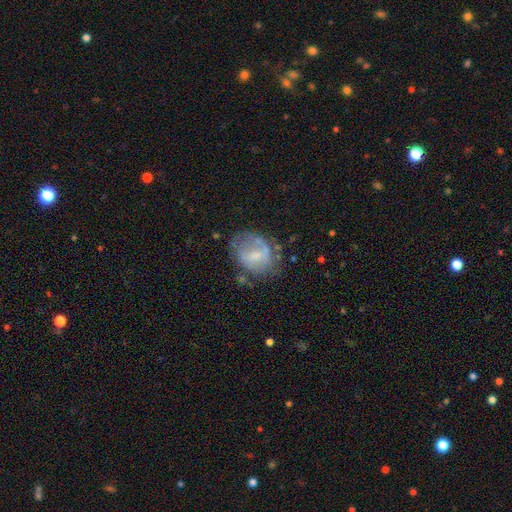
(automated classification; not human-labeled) Q: Smooth or featured?
A: featured or disk (48%); runner-up: smooth (43%)
Q: Merging?
A: none (49%); runner-up: minor disturbance (27%)